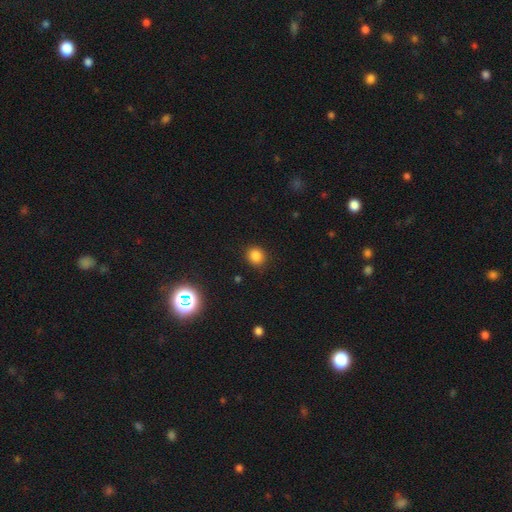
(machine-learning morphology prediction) smooth 82%, star or artifact 13%, featured or disk 4%. Down the decision tree: how rounded — round (81%); merging — none (88%).